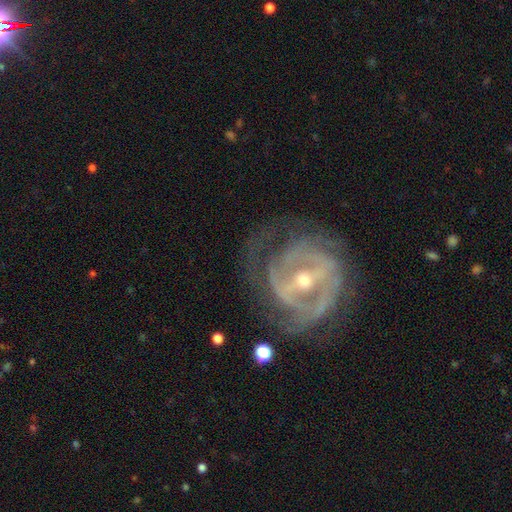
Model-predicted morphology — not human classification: The model was most divided on "spiral arm count": 2: 40%, can't tell: 26%, 3: 16%, 4: 7%, 1: 6%, more than 4: 5%. More confident: edge-on disk — no (96%); spiral arms — yes (92%); smooth or featured — featured or disk (86%); merging — none (64%); spiral winding — tight (62%); bulge size — small (57%); bar — strong (52%).